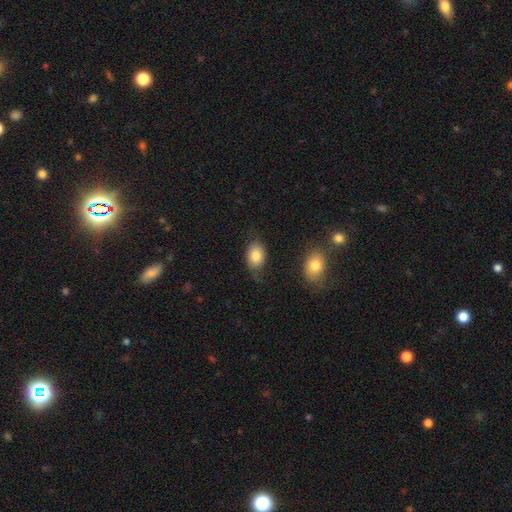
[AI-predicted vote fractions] Overall: smooth (82%). How rounded: in between (80%). Merging: none (62%; minor disturbance 25%).